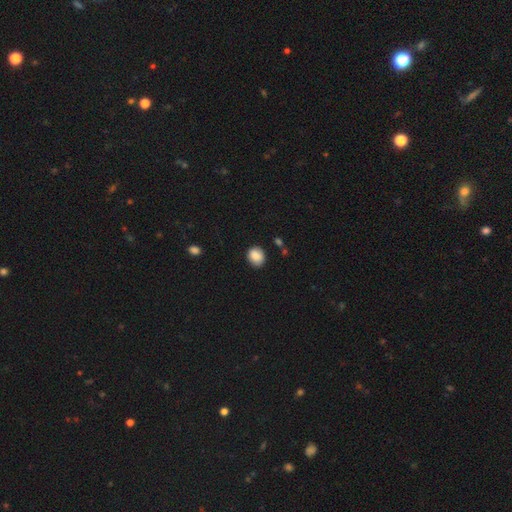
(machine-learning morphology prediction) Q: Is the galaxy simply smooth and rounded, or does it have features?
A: smooth — 87%.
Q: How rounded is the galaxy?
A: round — 66%.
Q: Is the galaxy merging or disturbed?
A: none — 79%.